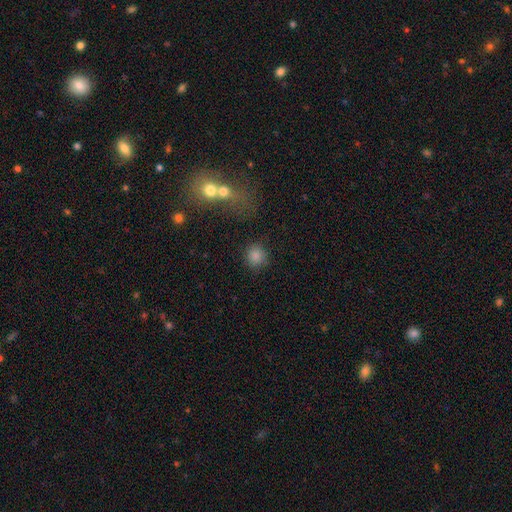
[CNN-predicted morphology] smooth 83%, star or artifact 12%, featured or disk 5%. Down the decision tree: how rounded — round (91%); merging — none (82%).